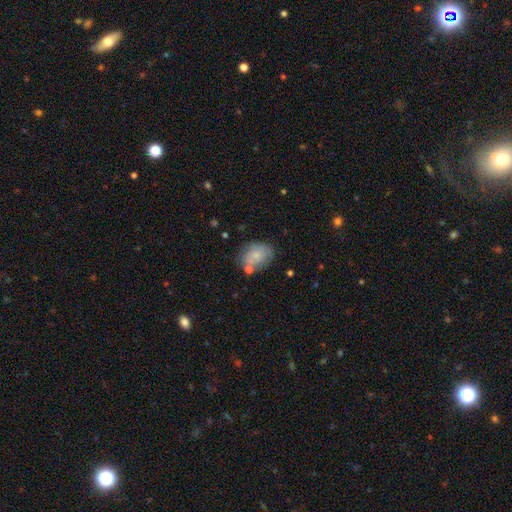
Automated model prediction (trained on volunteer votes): A smooth galaxy with no disk features (73%) that is in between round and cigar-shaped (71%). Merging: none (60%).